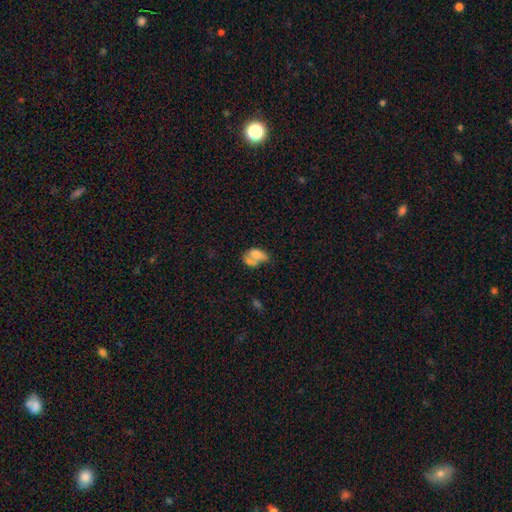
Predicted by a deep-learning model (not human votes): Overall: smooth (65%; featured or disk 25%). How rounded: in between (82%). Merging: merger (56%; none 20%).